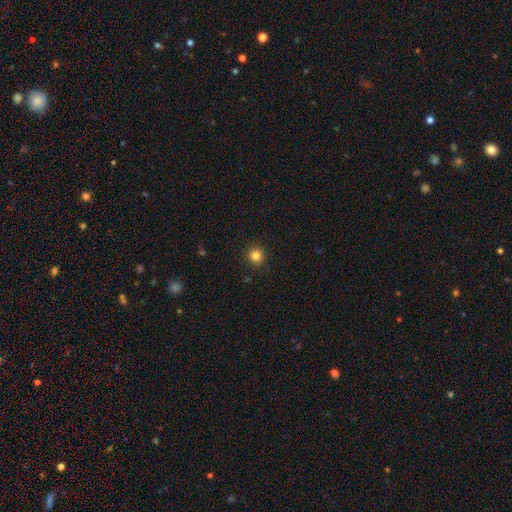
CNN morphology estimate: This appears to be a smooth galaxy with no disk features (83%) that is round (93%). Merging: none (92%).